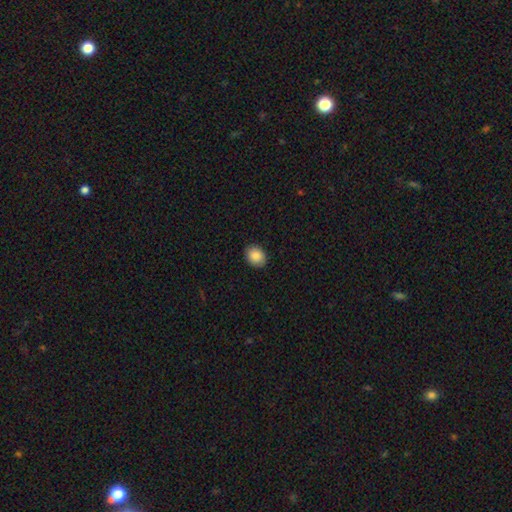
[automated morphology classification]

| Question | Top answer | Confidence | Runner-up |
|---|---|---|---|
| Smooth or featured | smooth | 88% | star or artifact (8%) |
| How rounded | in between | 56% | round (44%) |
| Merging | none | 88% | minor disturbance (9%) |